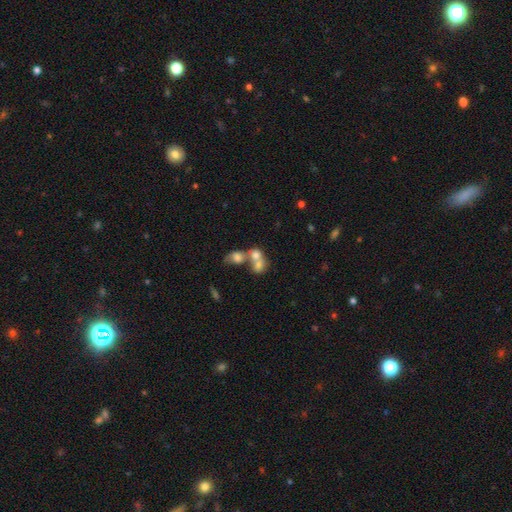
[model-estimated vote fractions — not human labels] Overall: smooth (67%). How rounded: in between (50%; round 48%). Merging: merger (70%).